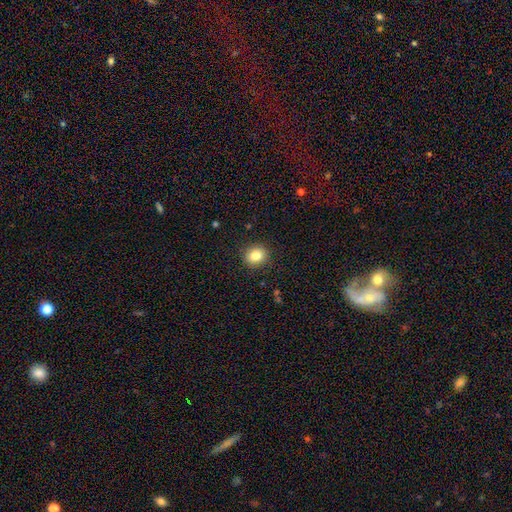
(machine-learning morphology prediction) smooth 84%, star or artifact 10%, featured or disk 6%. Down the decision tree: how rounded — round (73%); merging — none (89%).